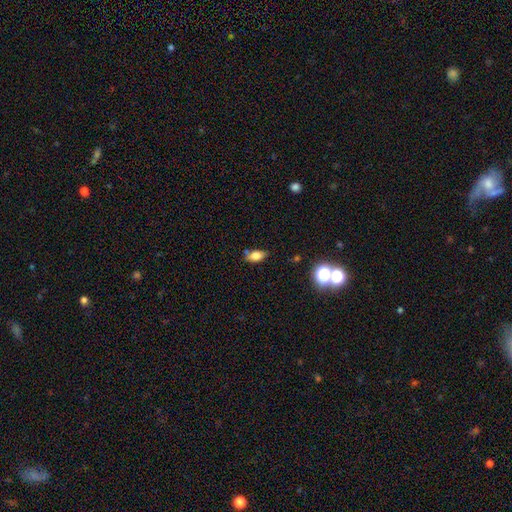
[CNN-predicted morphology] This appears to be a smooth galaxy with no disk features (76%) that is in between round and cigar-shaped (86%). Merging: none (69%).